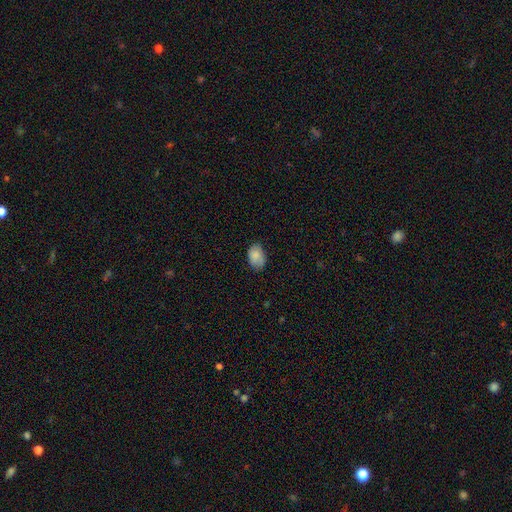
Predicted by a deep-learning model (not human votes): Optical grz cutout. It shows a smooth galaxy with no disk features (87%) that is in between round and cigar-shaped (84%). Merging: none (72%).